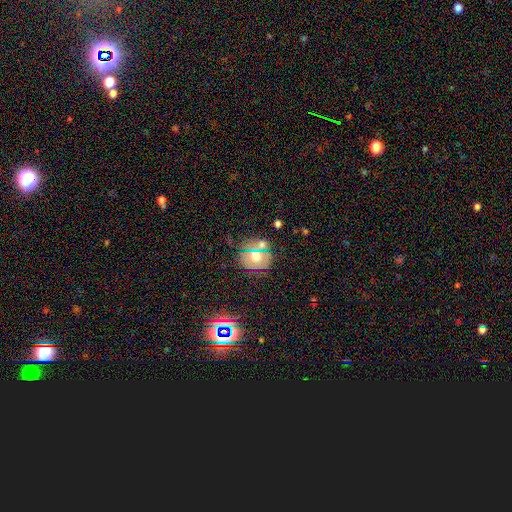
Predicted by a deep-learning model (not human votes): Smooth or featured?
  - smooth: 56% *
  - featured or disk: 22%
  - star or artifact: 21%
How rounded?
  - round: 77% *
  - in between: 21%
  - cigar-shaped: 2%
Merging?
  - none: 69% *
  - minor disturbance: 14%
  - merger: 12%
  - major disturbance: 5%